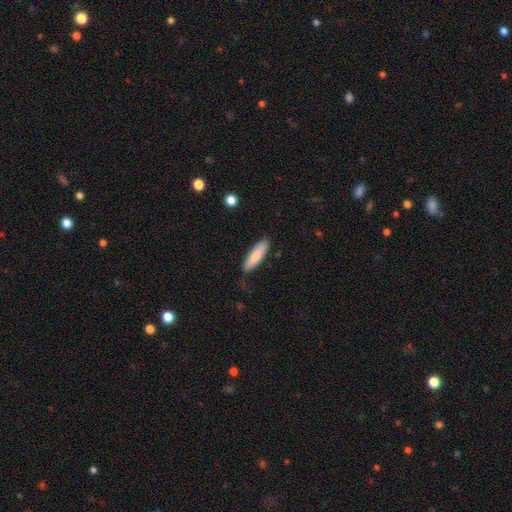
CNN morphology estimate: Overall: smooth (83%). How rounded: cigar-shaped (66%; in between 32%). Merging: none (86%).